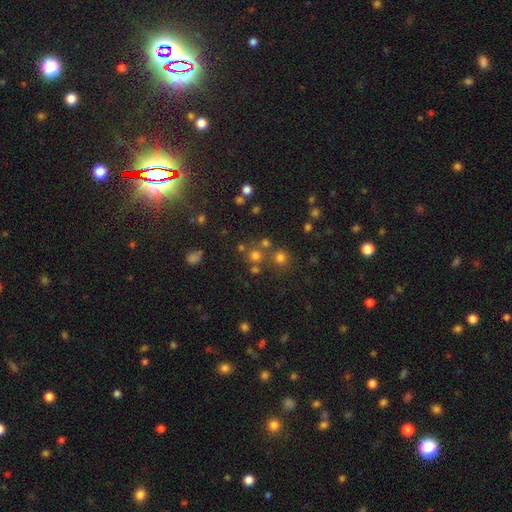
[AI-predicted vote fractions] Overall: smooth (62%; star or artifact 29%). How rounded: round (91%). Merging: none (70%).